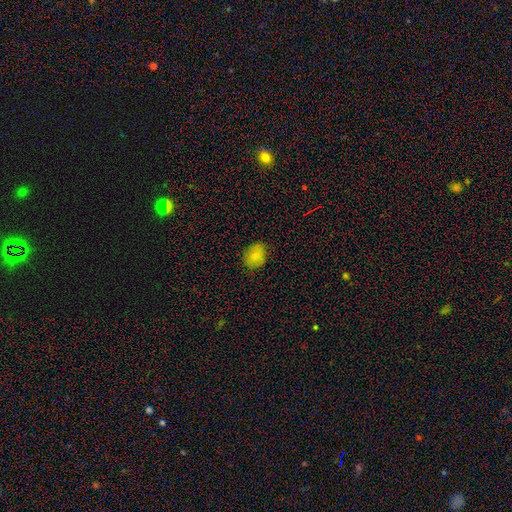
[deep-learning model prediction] smooth 83%, star or artifact 10%, featured or disk 7%. Down the decision tree: how rounded — in between (53%); merging — none (83%).